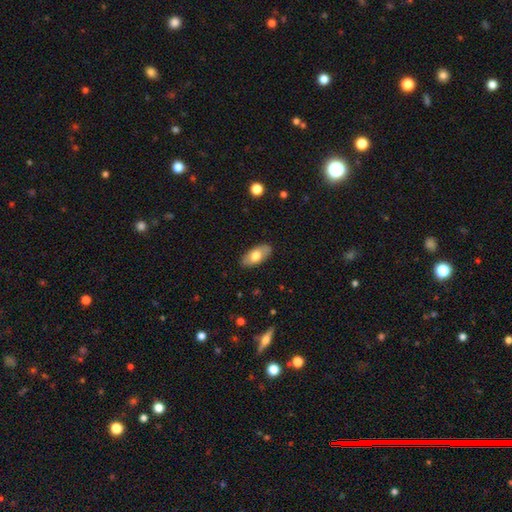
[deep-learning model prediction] smooth-or-featured: smooth: 70% | featured or disk: 24% | star or artifact: 6%
  how-rounded: in between: 92% | cigar-shaped: 5% | round: 3%
  merging: none: 87% | minor disturbance: 10% | major disturbance: 2% | merger: 1%